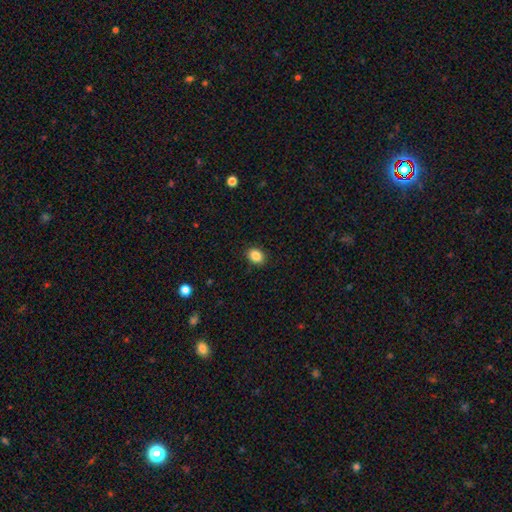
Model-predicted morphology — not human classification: Smooth or featured? Predicted: smooth (p=0.88). How rounded? Predicted: in between (p=0.65). Merging? Predicted: none (p=0.88).